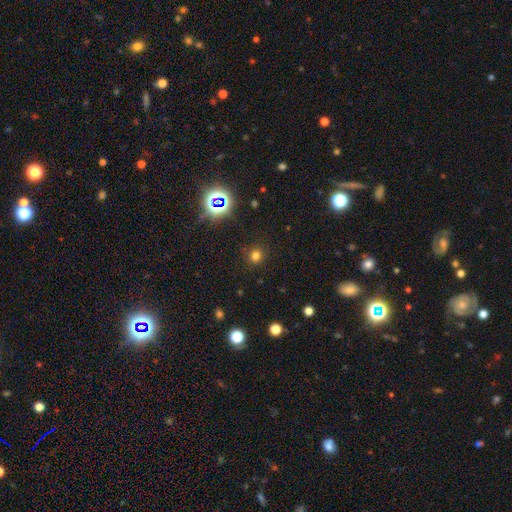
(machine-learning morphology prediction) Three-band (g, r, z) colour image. It shows a smooth galaxy with no disk features (72%) that is round (85%). Merging: none (87%).